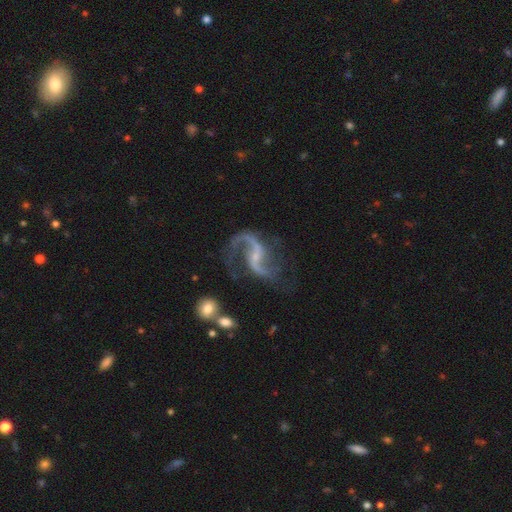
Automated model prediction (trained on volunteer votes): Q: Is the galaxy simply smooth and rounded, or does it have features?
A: featured or disk — 92%.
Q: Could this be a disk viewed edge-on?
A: no — 98%.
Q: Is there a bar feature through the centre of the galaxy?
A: weak — 42%.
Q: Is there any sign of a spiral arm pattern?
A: yes — 98%.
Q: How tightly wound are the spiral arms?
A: loose — 71%.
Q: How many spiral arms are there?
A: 2 — 92%.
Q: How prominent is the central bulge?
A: small — 70%.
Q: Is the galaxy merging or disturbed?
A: none — 65%.